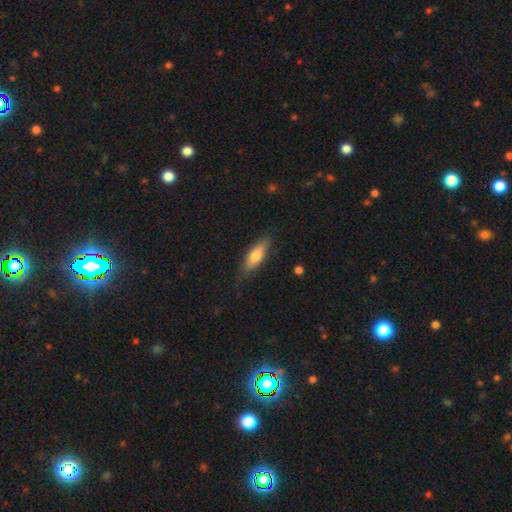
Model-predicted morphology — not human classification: A smooth galaxy with no disk features (70%) that is in between round and cigar-shaped (50%). Merging: none (77%).